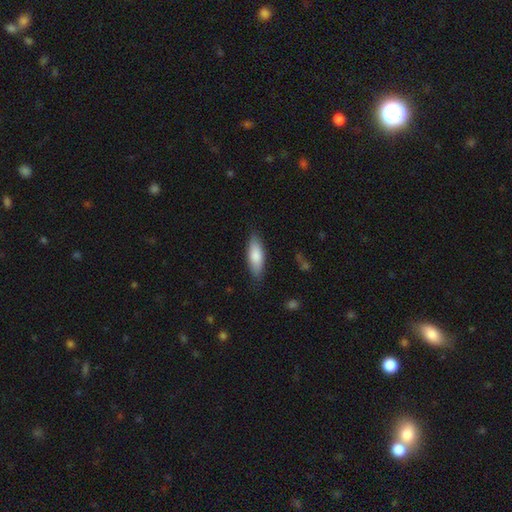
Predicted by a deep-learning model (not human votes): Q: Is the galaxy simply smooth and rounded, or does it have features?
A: smooth — 80%.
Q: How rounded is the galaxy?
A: in between — 61%.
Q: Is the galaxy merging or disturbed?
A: none — 83%.